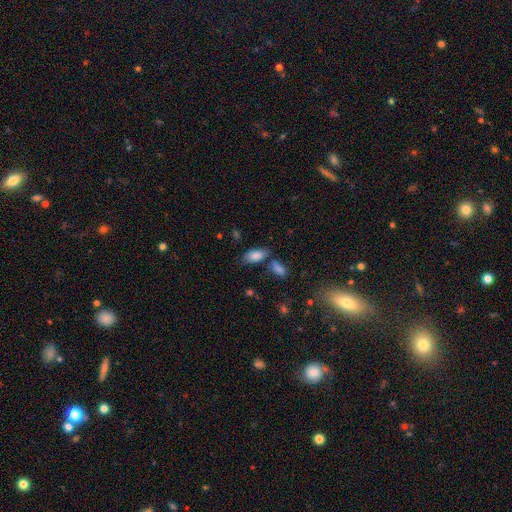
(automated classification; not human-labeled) smooth_or_featured: smooth (p=0.85) [alt: featured or disk p=0.07]
how_rounded: in between (p=0.91) [alt: cigar-shaped p=0.06]
merging: none (p=0.65) [alt: minor disturbance p=0.16]